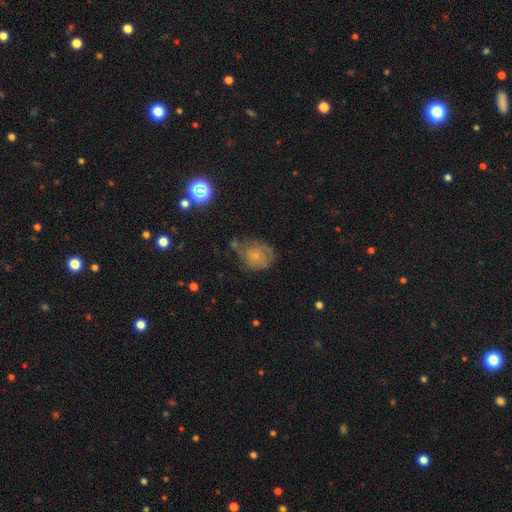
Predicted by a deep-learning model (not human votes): The model was most divided on "merging": none: 41%, minor disturbance: 32%, major disturbance: 18%, merger: 8%. More confident: how rounded — round (62%); smooth or featured — smooth (57%).